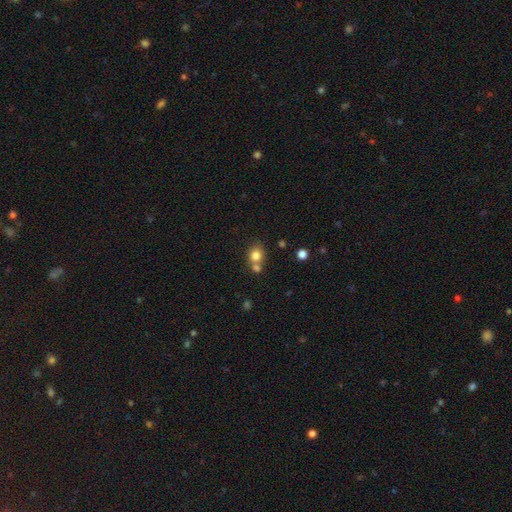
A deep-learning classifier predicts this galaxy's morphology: Smooth or featured?
  - smooth: 80% *
  - star or artifact: 11%
  - featured or disk: 9%
How rounded?
  - round: 74% *
  - in between: 25%
  - cigar-shaped: 1%
Merging?
  - none: 52% *
  - merger: 35%
  - minor disturbance: 10%
  - major disturbance: 3%